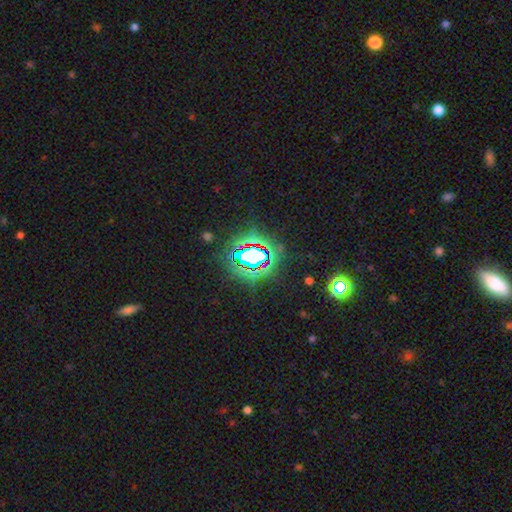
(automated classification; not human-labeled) smooth_or_featured: star or artifact (p=0.75) [alt: smooth p=0.16]